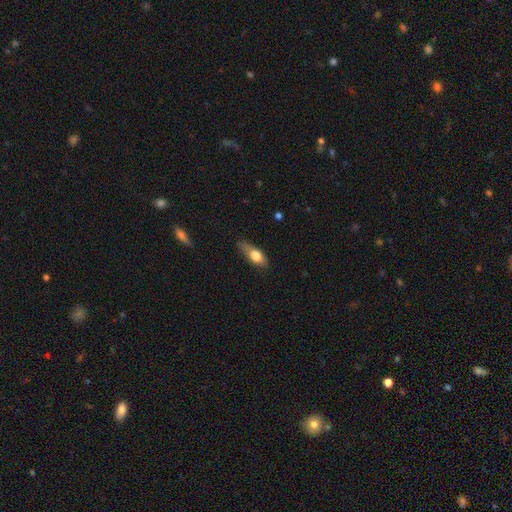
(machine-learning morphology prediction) Q: Smooth or featured?
A: smooth (69%); runner-up: featured or disk (24%)
Q: How rounded?
A: in between (69%); runner-up: cigar-shaped (25%)
Q: Merging?
A: none (54%); runner-up: minor disturbance (33%)